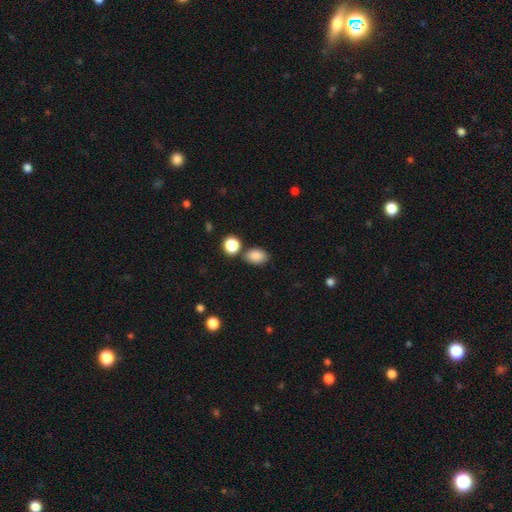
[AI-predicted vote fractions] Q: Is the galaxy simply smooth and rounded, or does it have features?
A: smooth — 87%.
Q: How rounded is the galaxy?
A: in between — 82%.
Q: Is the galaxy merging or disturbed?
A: none — 74%.